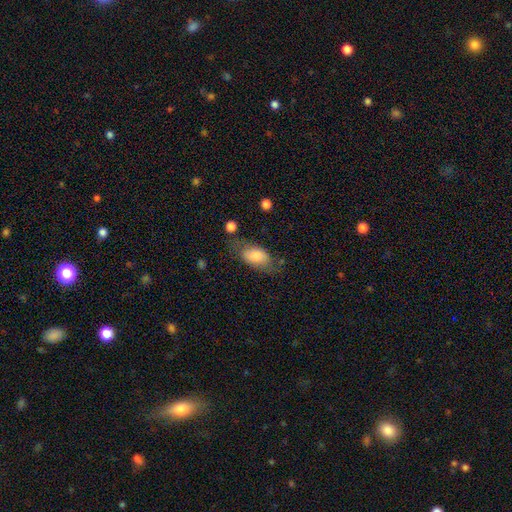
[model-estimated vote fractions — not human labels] This appears to be a smooth galaxy with no disk features (77%) that is in between round and cigar-shaped (91%). Merging: none (59%).